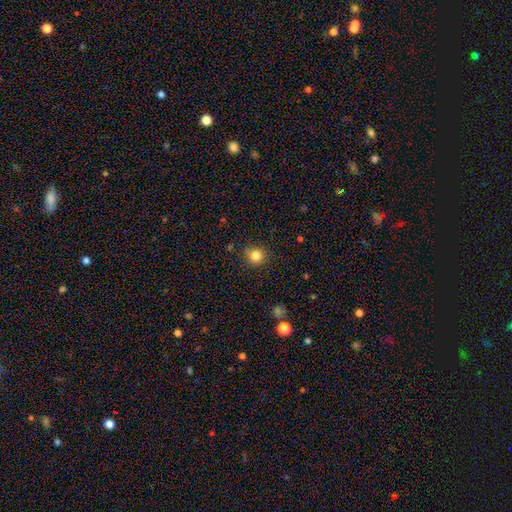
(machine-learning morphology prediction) smooth-or-featured: smooth: 83% | star or artifact: 12% | featured or disk: 5%
  how-rounded: round: 90% | in between: 9% | cigar-shaped: 1%
  merging: none: 86% | minor disturbance: 10% | major disturbance: 3% | merger: 2%